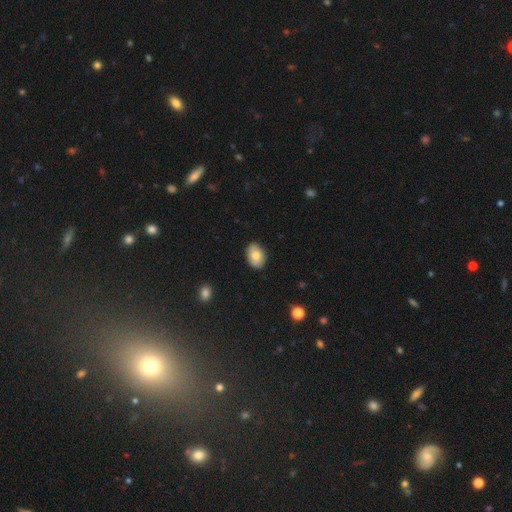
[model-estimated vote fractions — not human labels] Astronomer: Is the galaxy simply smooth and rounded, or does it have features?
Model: smooth — 78%.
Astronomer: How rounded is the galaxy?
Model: in between — 83%.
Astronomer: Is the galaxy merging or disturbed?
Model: none — 83%.